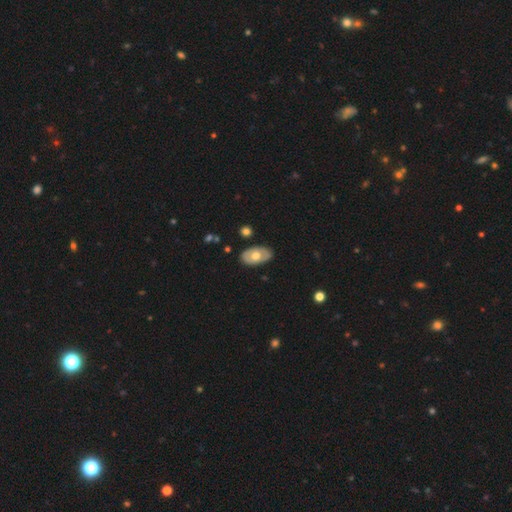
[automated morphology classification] A smooth galaxy with no disk features (51%) that is in between round and cigar-shaped (91%).

Vote fractions:
- Smooth or featured? smooth: 51% / featured or disk: 44% / star or artifact: 5%
- How rounded? in between: 91% / round: 7% / cigar-shaped: 2%
- Merging? none: 84% / minor disturbance: 11% / major disturbance: 2% / merger: 2%